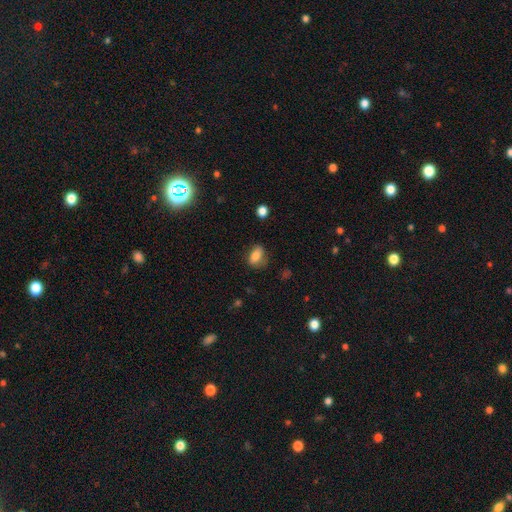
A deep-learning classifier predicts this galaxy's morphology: Smooth or featured?
  - smooth: 79% *
  - featured or disk: 11%
  - star or artifact: 9%
How rounded?
  - in between: 84% *
  - round: 13%
  - cigar-shaped: 3%
Merging?
  - none: 62% *
  - minor disturbance: 26%
  - major disturbance: 10%
  - merger: 2%